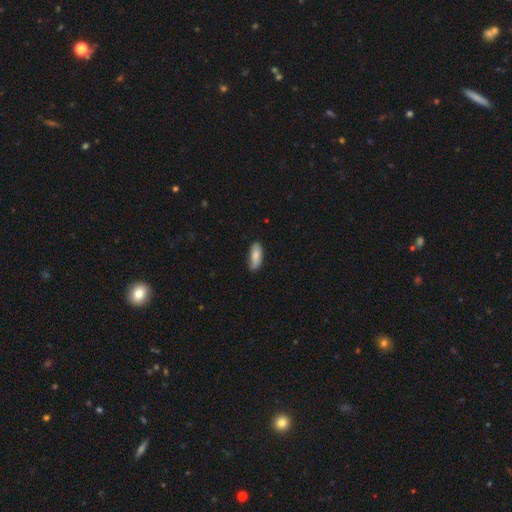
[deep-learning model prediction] smooth_or_featured: smooth (p=0.83) [alt: featured or disk p=0.11]
how_rounded: in between (p=0.76) [alt: cigar-shaped p=0.22]
merging: none (p=0.81) [alt: minor disturbance p=0.16]